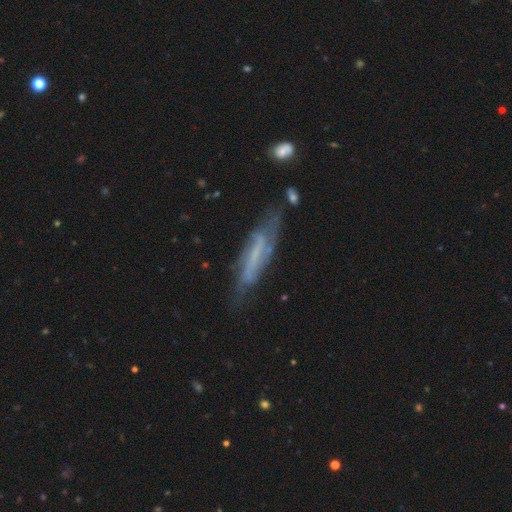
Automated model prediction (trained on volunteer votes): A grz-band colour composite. It shows a featured or disk galaxy (67%). Merging: none (60%).